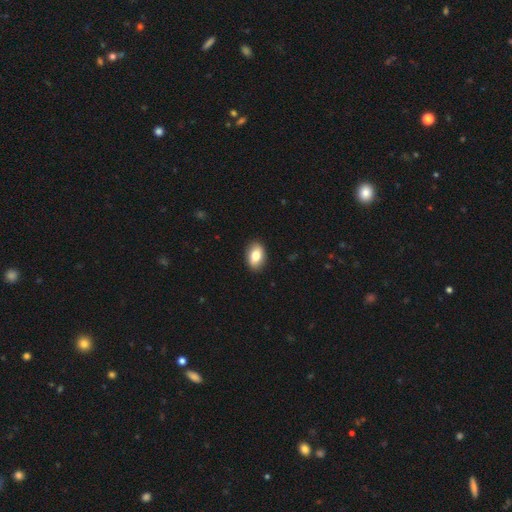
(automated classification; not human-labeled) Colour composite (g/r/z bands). It shows a smooth galaxy with no disk features (78%) that is in between round and cigar-shaped (87%). Merging: none (89%).